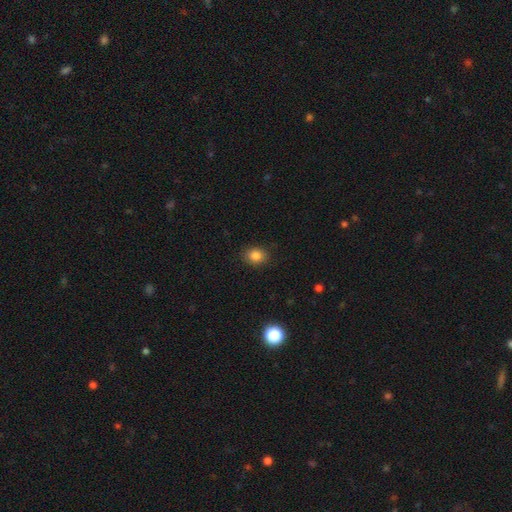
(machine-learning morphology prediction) Q: Smooth or featured?
A: smooth (84%); runner-up: star or artifact (11%)
Q: How rounded?
A: round (56%); runner-up: in between (43%)
Q: Merging?
A: none (87%); runner-up: minor disturbance (10%)